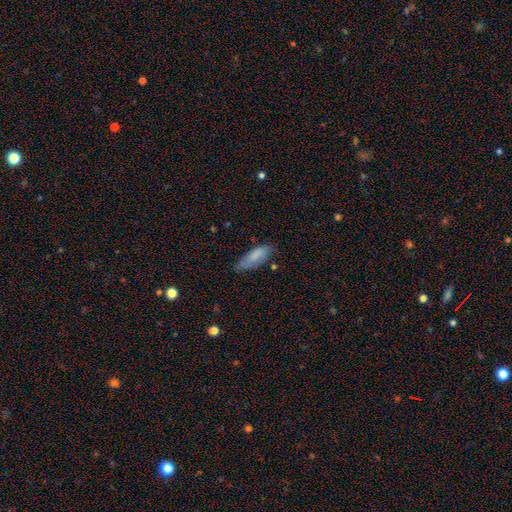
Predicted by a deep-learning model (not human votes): A smooth galaxy with no disk features (80%) that is in between round and cigar-shaped (62%).

Vote fractions:
- Smooth or featured? smooth: 80% / featured or disk: 13% / star or artifact: 7%
- How rounded? in between: 62% / cigar-shaped: 36% / round: 2%
- Merging? none: 62% / minor disturbance: 29% / major disturbance: 7% / merger: 3%